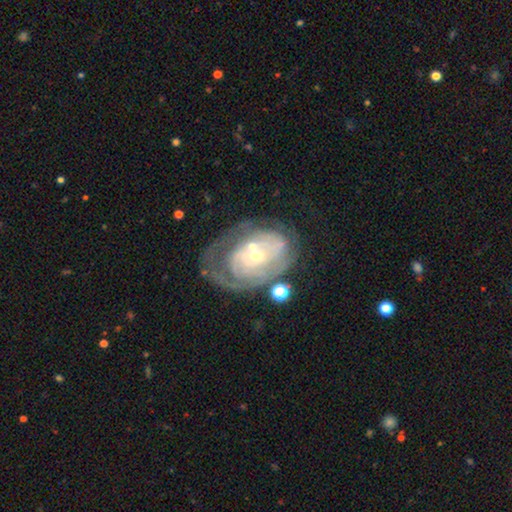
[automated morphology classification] The model was most divided on "merging": none: 44%, minor disturbance: 23%, major disturbance: 23%, merger: 10%. More confident: edge-on disk — no (96%); smooth or featured — featured or disk (81%); spiral arms — yes (81%); bar — no (75%); spiral winding — tight (71%); bulge size — small (65%); spiral arm count — can't tell (51%).